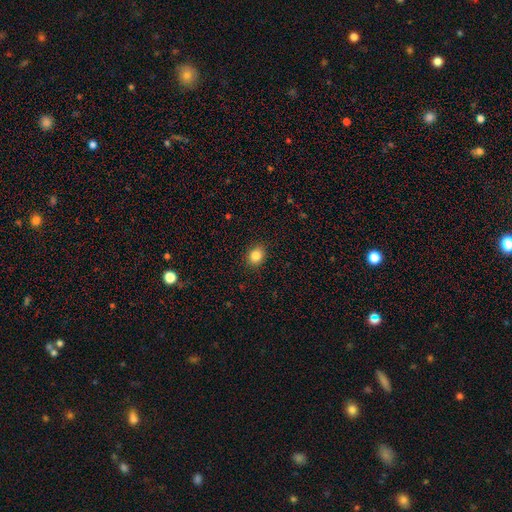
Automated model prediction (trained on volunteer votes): A smooth galaxy with no disk features (85%) that is round (58%). Merging: none (90%).